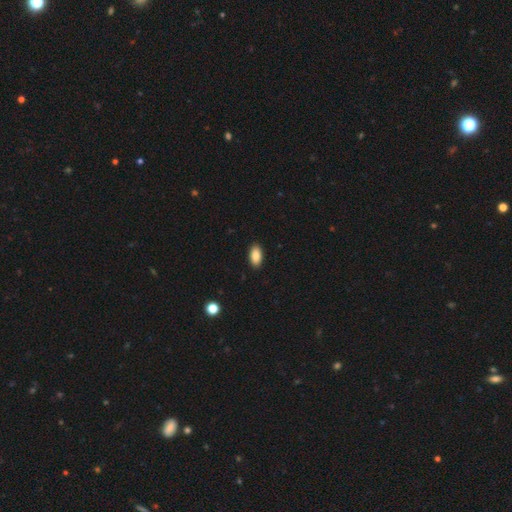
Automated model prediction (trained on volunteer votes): A smooth galaxy with no disk features (88%) that is in between round and cigar-shaped (93%). Merging: none (90%).